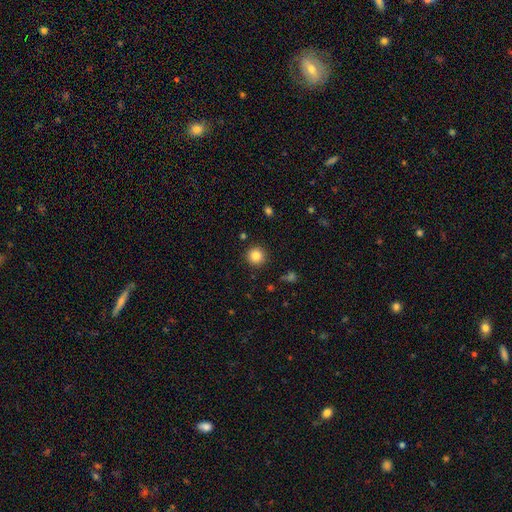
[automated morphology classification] type=smooth (84%); roundness=round (95%); merging=none (90%).